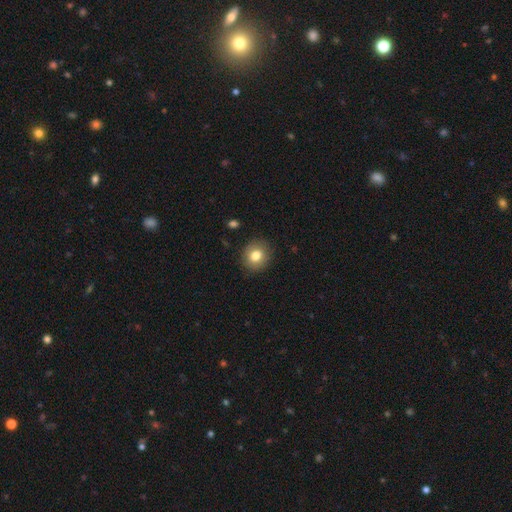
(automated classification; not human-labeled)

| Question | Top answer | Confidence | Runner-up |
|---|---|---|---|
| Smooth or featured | smooth | 80% | featured or disk (10%) |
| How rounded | round | 80% | in between (20%) |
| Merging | none | 89% | minor disturbance (8%) |